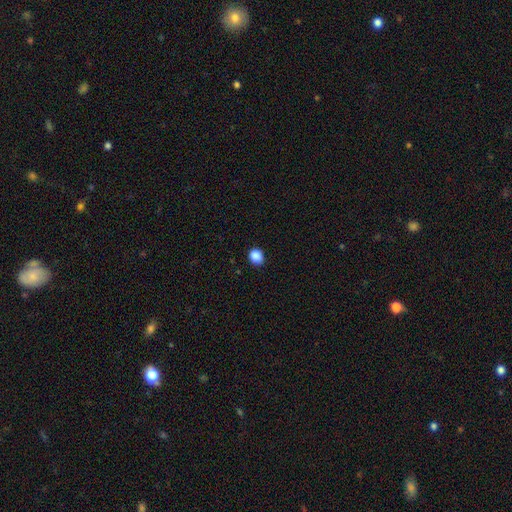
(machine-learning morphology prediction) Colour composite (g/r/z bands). It shows a smooth galaxy with no disk features (88%) that is round (65%). Merging: none (88%).